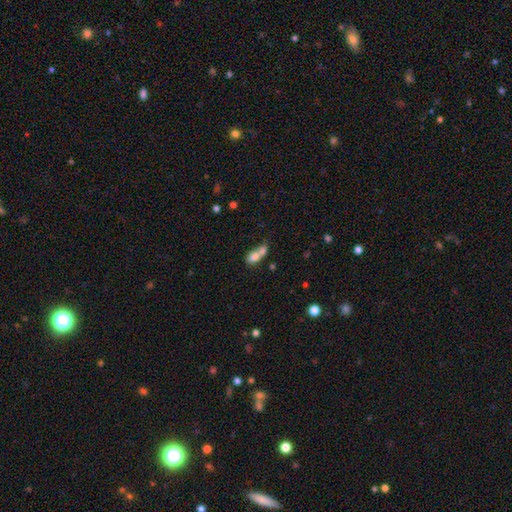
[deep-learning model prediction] smooth-or-featured: smooth: 76% | featured or disk: 14% | star or artifact: 10%
  how-rounded: in between: 74% | round: 22% | cigar-shaped: 4%
  merging: merger: 68% | none: 20% | minor disturbance: 7% | major disturbance: 5%